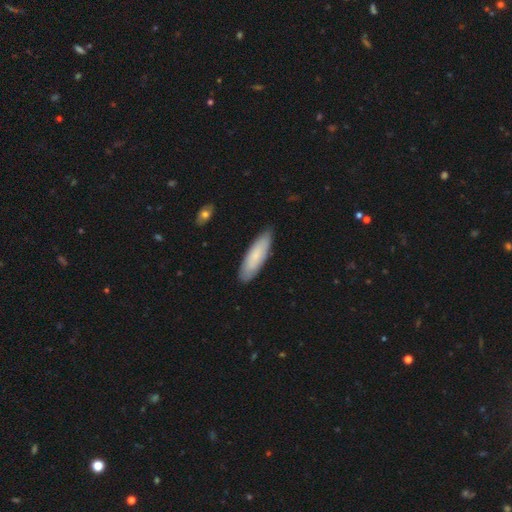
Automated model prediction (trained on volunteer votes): Smooth or featured? Predicted: smooth (p=0.75). How rounded? Predicted: cigar-shaped (p=0.54). Merging? Predicted: none (p=0.84).